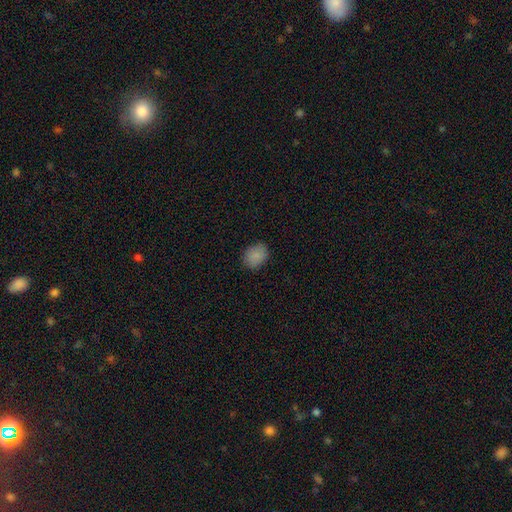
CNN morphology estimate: smooth-or-featured: smooth: 87% | star or artifact: 9% | featured or disk: 4%
  how-rounded: in between: 62% | round: 37% | cigar-shaped: 1%
  merging: none: 84% | minor disturbance: 13% | major disturbance: 3% | merger: 1%